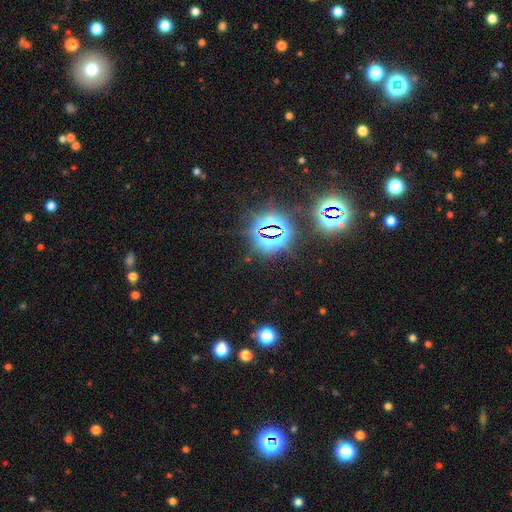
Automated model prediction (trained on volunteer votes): Smooth or featured: star or artifact — 82% (smooth — 11%)